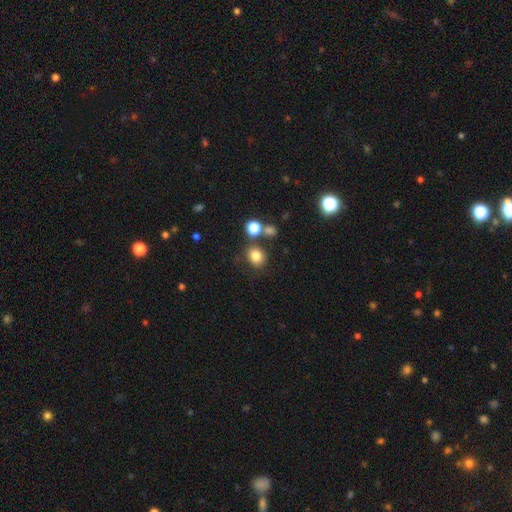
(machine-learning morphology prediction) Smooth or featured? smooth (81%)
How rounded? round (76%)
Merging? none (72%)